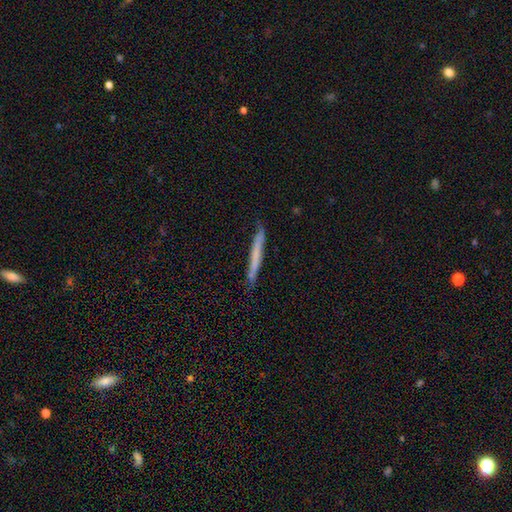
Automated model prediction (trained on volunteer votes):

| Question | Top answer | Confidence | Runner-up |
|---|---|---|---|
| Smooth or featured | smooth | 57% | featured or disk (37%) |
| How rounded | cigar-shaped | 97% | in between (2%) |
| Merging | none | 85% | minor disturbance (12%) |